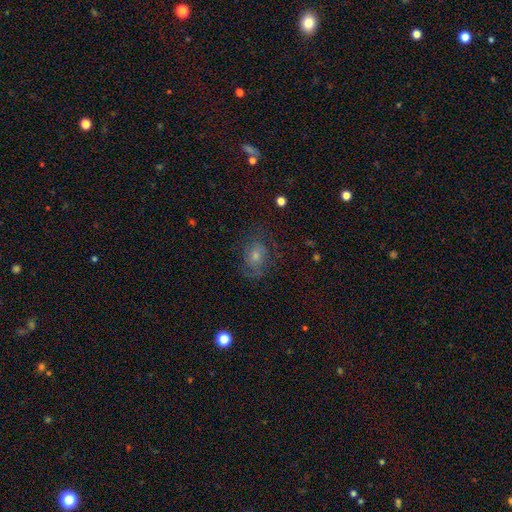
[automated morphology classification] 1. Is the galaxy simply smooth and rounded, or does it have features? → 51% featured or disk, 29% smooth, 21% star or artifact.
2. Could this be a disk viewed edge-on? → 96% no, 4% yes.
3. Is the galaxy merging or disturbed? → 70% none, 17% minor disturbance, 12% major disturbance, 1% merger.